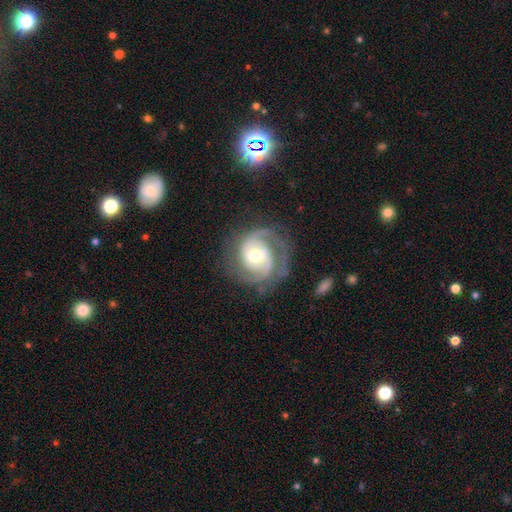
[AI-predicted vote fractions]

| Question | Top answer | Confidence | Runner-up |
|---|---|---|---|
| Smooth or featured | featured or disk | 88% | smooth (8%) |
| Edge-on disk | no | 98% | yes (2%) |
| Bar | weak | 49% | no (35%) |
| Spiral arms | yes | 97% | no (3%) |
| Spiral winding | tight | 47% | medium (43%) |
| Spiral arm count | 2 | 70% | 3 (11%) |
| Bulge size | moderate | 66% | small (16%) |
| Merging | none | 71% | minor disturbance (17%) |